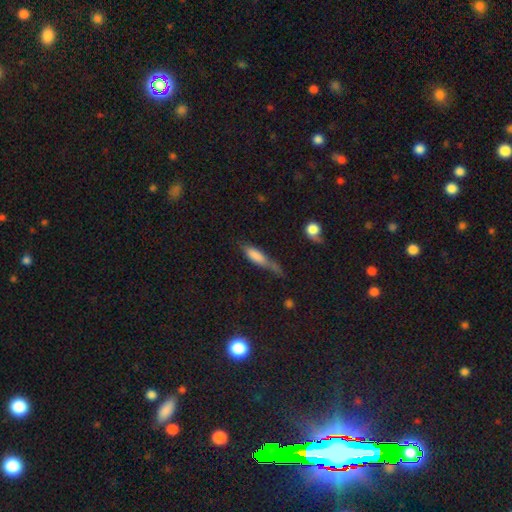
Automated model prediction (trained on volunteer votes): smooth-or-featured: smooth: 70% | featured or disk: 22% | star or artifact: 8%
  how-rounded: cigar-shaped: 58% | in between: 38% | round: 3%
  merging: none: 38% | minor disturbance: 33% | major disturbance: 21% | merger: 9%